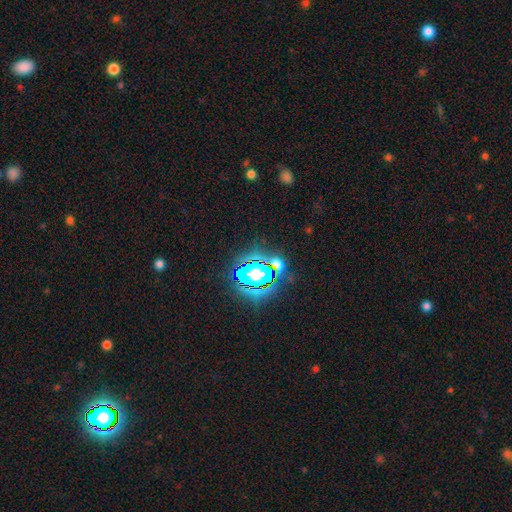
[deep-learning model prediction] Smooth or featured? star or artifact (81%)